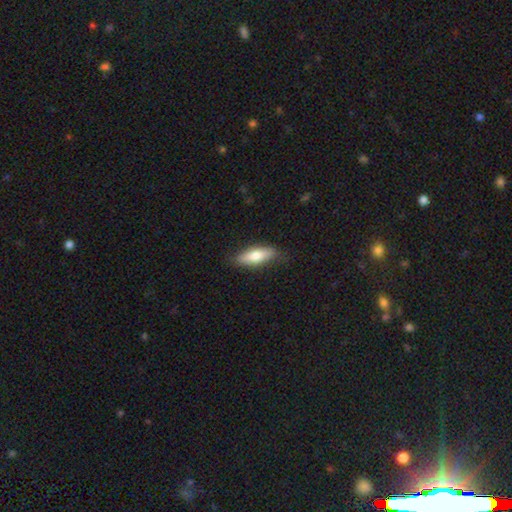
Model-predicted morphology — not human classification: Overall: smooth (73%). How rounded: in between (62%; cigar-shaped 35%). Merging: none (79%).